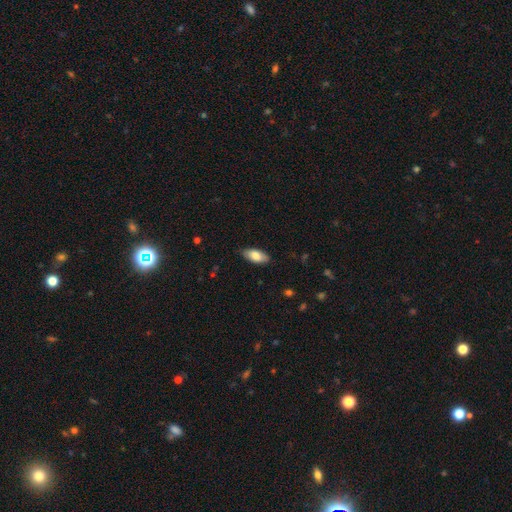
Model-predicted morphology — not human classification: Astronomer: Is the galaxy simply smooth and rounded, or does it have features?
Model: smooth — 79%.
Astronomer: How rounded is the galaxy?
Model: in between — 88%.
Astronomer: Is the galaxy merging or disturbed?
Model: none — 84%.